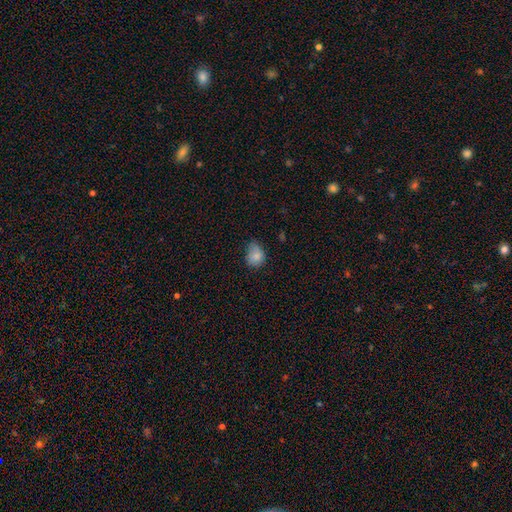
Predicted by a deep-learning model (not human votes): Smooth or featured? Predicted: smooth (p=0.83). How rounded? Predicted: in between (p=0.54). Merging? Predicted: none (p=0.49).